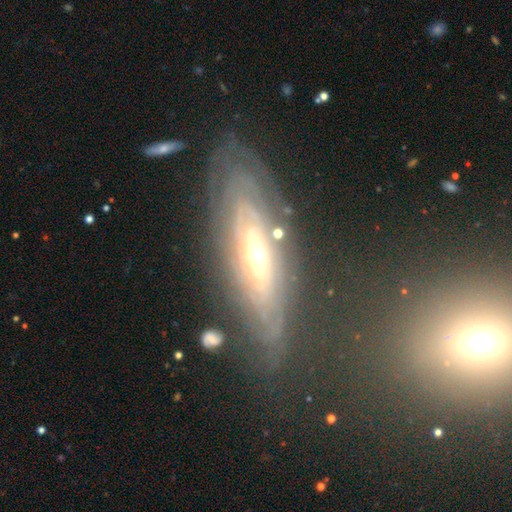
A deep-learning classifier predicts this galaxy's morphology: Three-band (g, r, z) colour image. It shows a featured or disk galaxy (78%). Merging: none (73%).